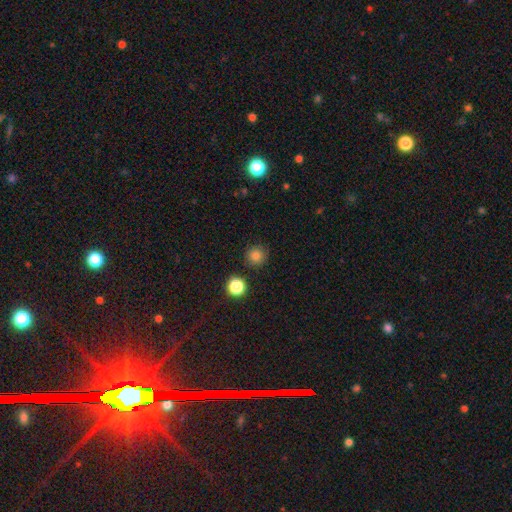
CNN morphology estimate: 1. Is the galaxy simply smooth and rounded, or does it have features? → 81% smooth, 14% star or artifact, 5% featured or disk.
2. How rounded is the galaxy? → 95% round, 4% in between, 1% cigar-shaped.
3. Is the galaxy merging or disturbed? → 89% none, 7% minor disturbance, 3% merger, 2% major disturbance.